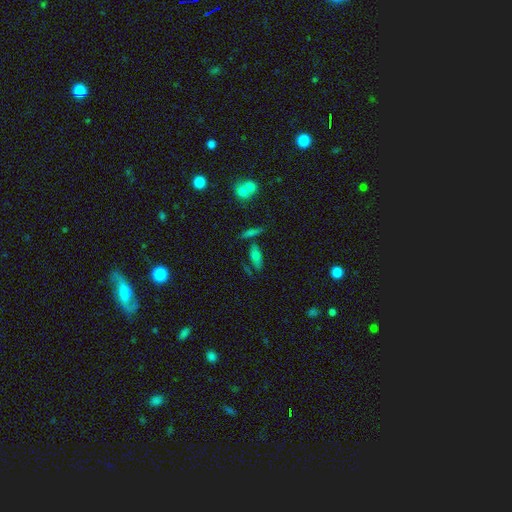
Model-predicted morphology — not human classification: smooth-or-featured: smooth: 63% | featured or disk: 25% | star or artifact: 12%
  how-rounded: in between: 75% | cigar-shaped: 21% | round: 4%
  merging: none: 66% | minor disturbance: 15% | merger: 13% | major disturbance: 6%